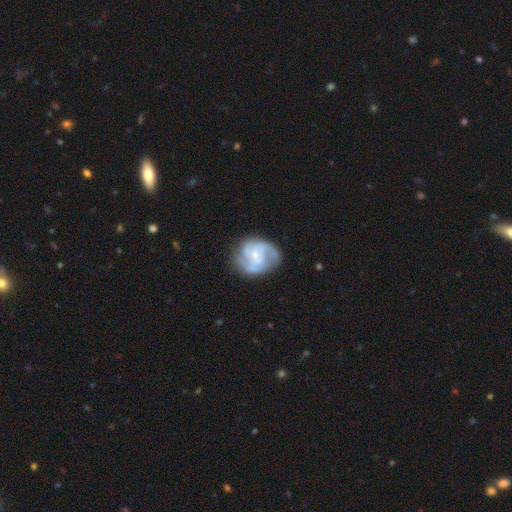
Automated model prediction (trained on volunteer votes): Smooth or featured: featured or disk — 79% (smooth — 15%)
Edge-on disk: no — 98% (yes — 2%)
Bar: no — 64% (weak — 31%)
Spiral arms: yes — 92% (no — 8%)
Spiral winding: medium — 48% (tight — 37%)
Spiral arm count: 3 — 36% (2 — 30%)
Bulge size: small — 69% (moderate — 23%)
Merging: none — 67% (minor disturbance — 20%)